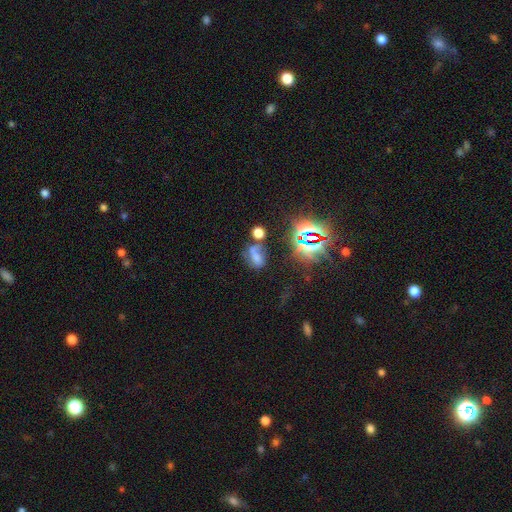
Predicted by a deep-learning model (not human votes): smooth 43%, star or artifact 32%, featured or disk 25%. Down the decision tree: merging — none (34%).